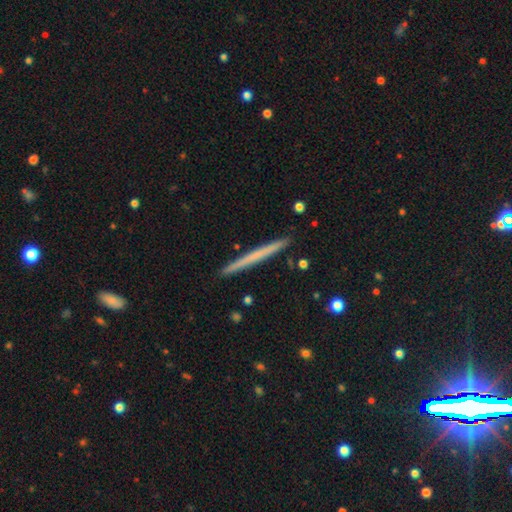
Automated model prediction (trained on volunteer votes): Smooth or featured: smooth — 50% (featured or disk — 43%)
How rounded: cigar-shaped — 97% (in between — 1%)
Merging: none — 92% (minor disturbance — 5%)